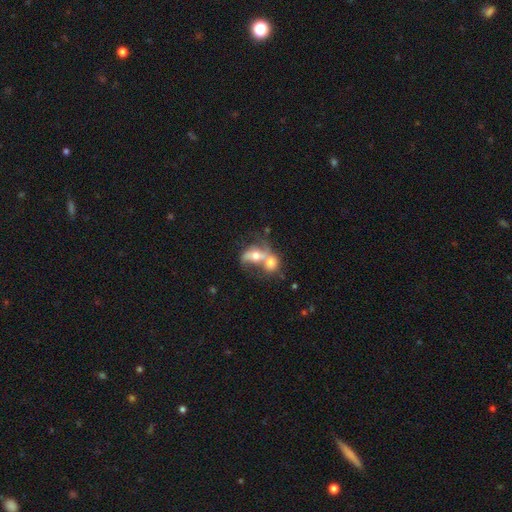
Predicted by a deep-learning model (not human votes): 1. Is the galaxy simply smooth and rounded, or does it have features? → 51% featured or disk, 40% smooth, 9% star or artifact.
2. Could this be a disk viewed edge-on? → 96% no, 4% yes.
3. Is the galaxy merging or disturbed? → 73% merger, 12% none, 8% major disturbance, 6% minor disturbance.